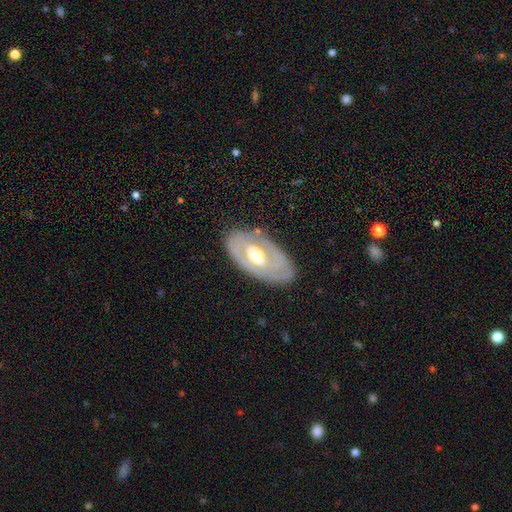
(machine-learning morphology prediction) featured or disk 72%, smooth 23%, star or artifact 5%. Down the decision tree: edge-on disk — no (90%); bar — no (52%); spiral arms — no (51%); bulge size — moderate (69%); merging — none (78%).